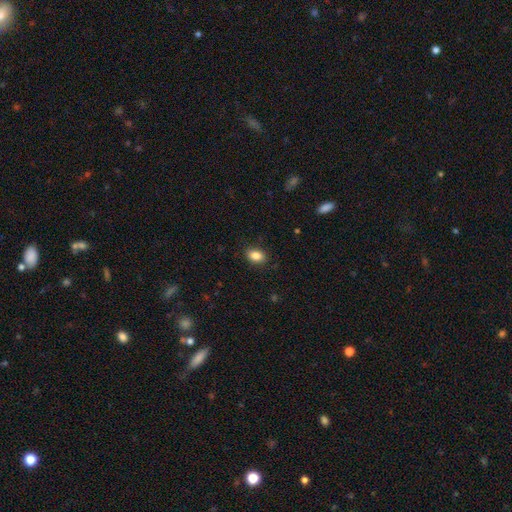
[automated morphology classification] Smooth or featured? Predicted: smooth (p=0.86). How rounded? Predicted: in between (p=0.82). Merging? Predicted: none (p=0.87).